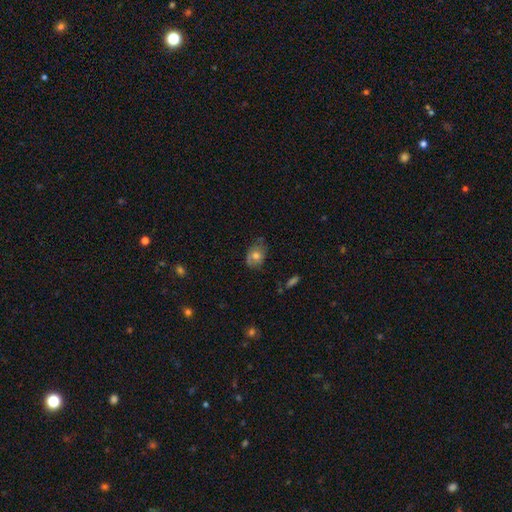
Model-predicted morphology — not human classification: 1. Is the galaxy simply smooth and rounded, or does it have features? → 63% smooth, 28% featured or disk, 9% star or artifact.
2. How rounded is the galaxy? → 66% in between, 33% round, 1% cigar-shaped.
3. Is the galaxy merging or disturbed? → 60% none, 29% minor disturbance, 8% major disturbance, 2% merger.